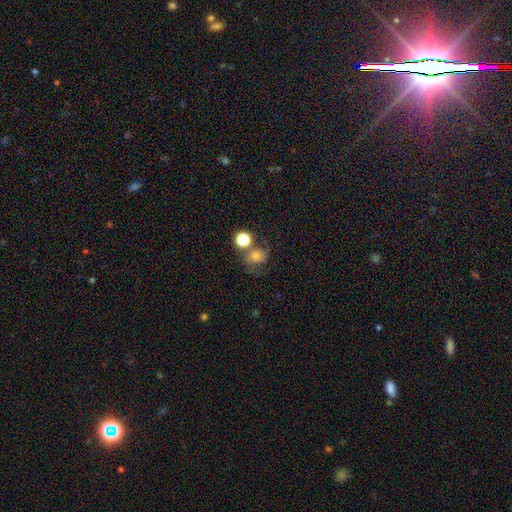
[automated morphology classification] smooth_or_featured: smooth (p=0.47) [alt: featured or disk p=0.37]
merging: none (p=0.50) [alt: merger p=0.19]